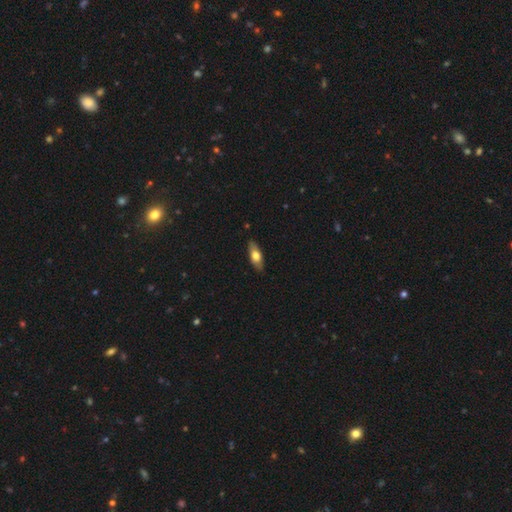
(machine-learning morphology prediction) Overall: smooth (63%; featured or disk 31%). How rounded: in between (66%; cigar-shaped 31%). Merging: none (87%).